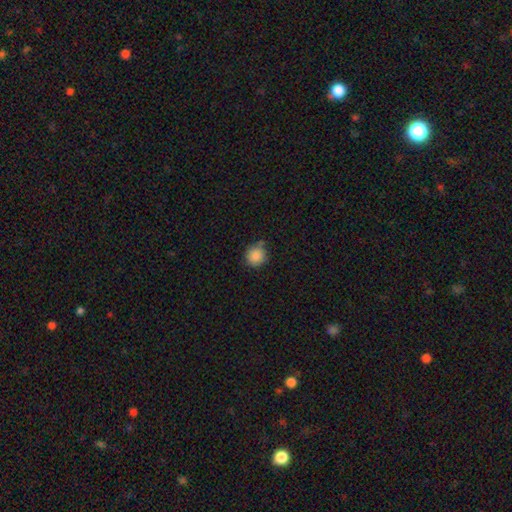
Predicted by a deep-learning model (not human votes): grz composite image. It shows a smooth galaxy with no disk features (87%) that is round (92%). Merging: none (74%).